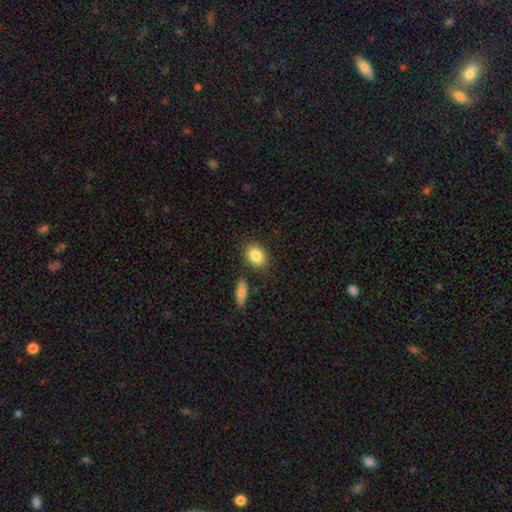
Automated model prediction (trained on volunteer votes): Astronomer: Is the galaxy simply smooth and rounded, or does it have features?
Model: smooth — 85%.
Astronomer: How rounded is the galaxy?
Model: in between — 70%.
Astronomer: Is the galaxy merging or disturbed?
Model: none — 79%.